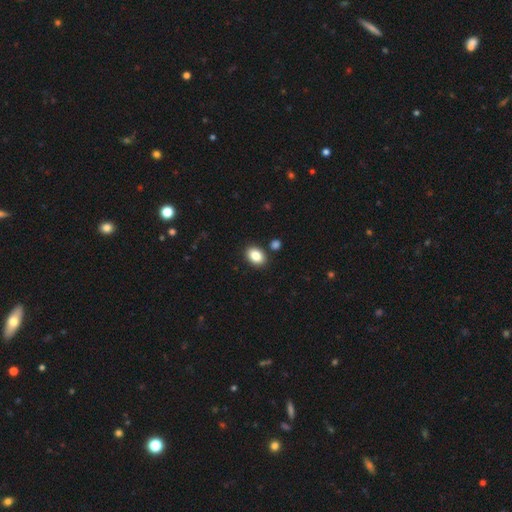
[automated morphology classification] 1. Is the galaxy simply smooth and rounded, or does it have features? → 85% smooth, 8% star or artifact, 7% featured or disk.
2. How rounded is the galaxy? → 77% in between, 22% round, 1% cigar-shaped.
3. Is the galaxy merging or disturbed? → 85% none, 8% minor disturbance, 5% merger, 2% major disturbance.